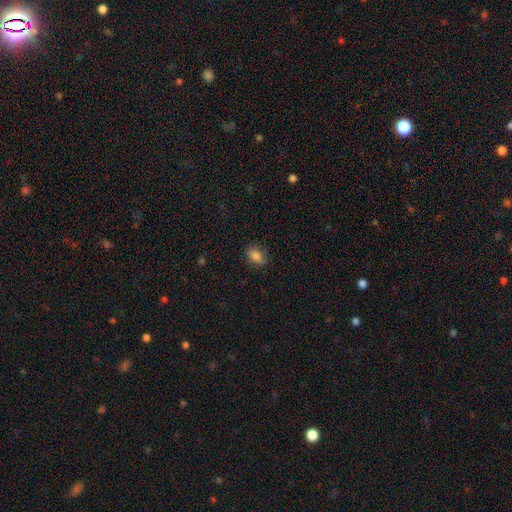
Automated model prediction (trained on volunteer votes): Morphology: type=smooth (82%); roundness=in between (81%); merging=none (76%).